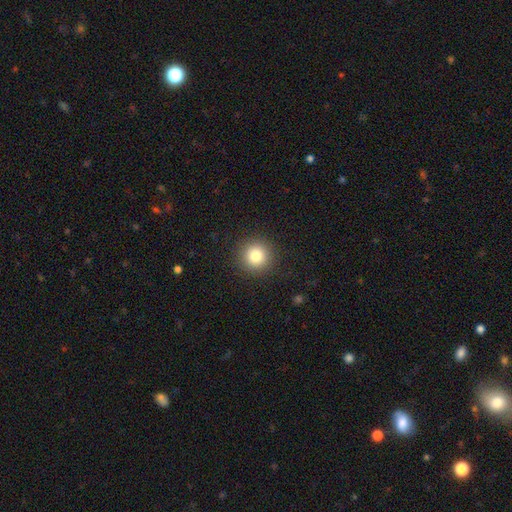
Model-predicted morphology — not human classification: Smooth or featured? smooth (82%)
How rounded? round (95%)
Merging? none (92%)